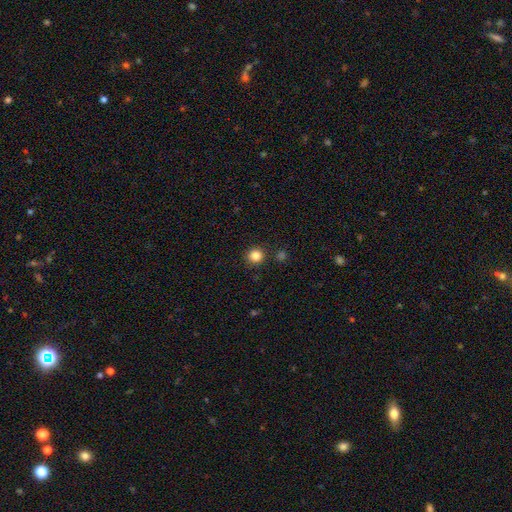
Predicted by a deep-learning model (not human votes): Overall: smooth (84%). How rounded: round (94%). Merging: none (89%).